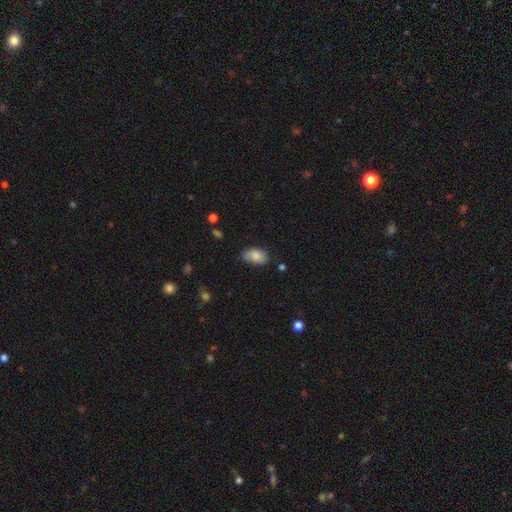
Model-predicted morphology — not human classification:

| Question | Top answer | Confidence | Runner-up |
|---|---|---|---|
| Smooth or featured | smooth | 83% | featured or disk (10%) |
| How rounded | in between | 92% | round (7%) |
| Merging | none | 68% | minor disturbance (26%) |